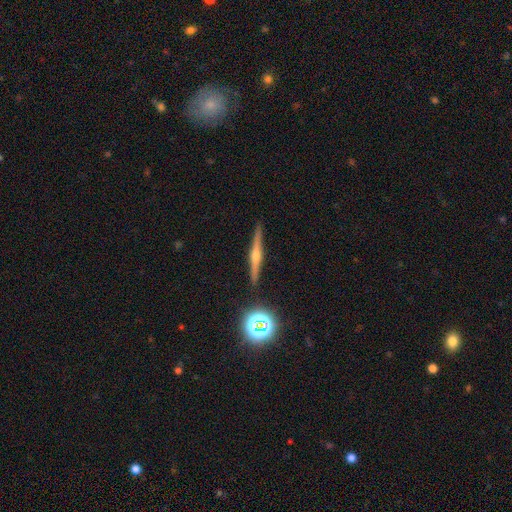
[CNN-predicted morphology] Smooth or featured: featured or disk — 78% (smooth — 13%)
Edge-on disk: yes — 98% (no — 2%)
Edge-on bulge: rounded — 92% (none — 4%)
Merging: none — 92% (minor disturbance — 6%)